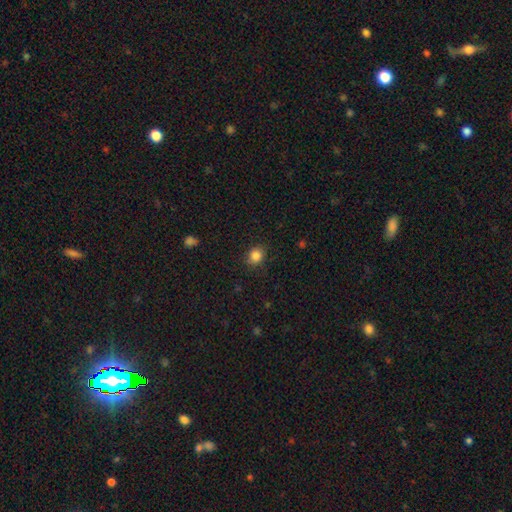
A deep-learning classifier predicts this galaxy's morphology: The model was most divided on "how rounded": round: 65%, in between: 34%, cigar-shaped: 1%. More confident: smooth or featured — smooth (85%); merging — none (84%).